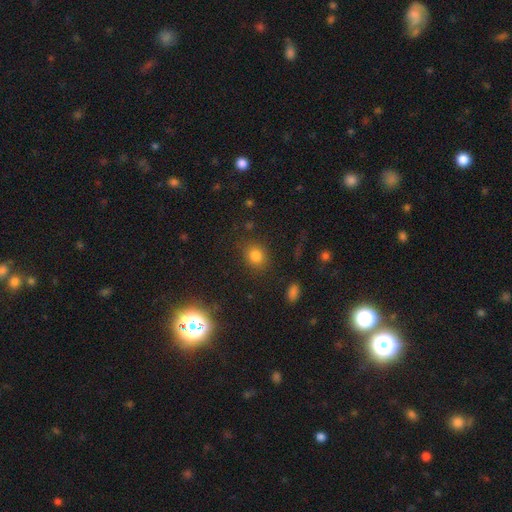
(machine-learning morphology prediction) Smooth or featured: smooth — 79% (star or artifact — 14%)
How rounded: round — 69% (in between — 30%)
Merging: none — 82% (minor disturbance — 11%)